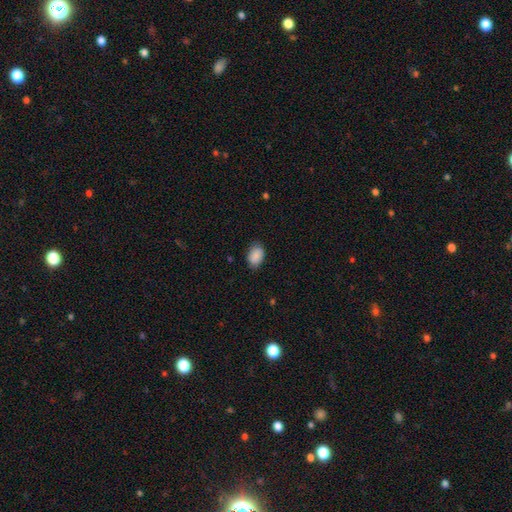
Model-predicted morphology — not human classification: This appears to be a smooth galaxy with no disk features (89%) that is in between round and cigar-shaped (86%). Merging: none (81%).